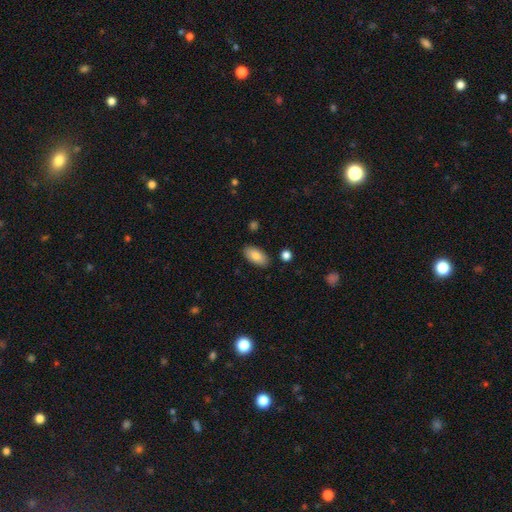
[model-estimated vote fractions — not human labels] smooth 83%, featured or disk 10%, star or artifact 7%. Down the decision tree: how rounded — in between (92%); merging — none (86%).